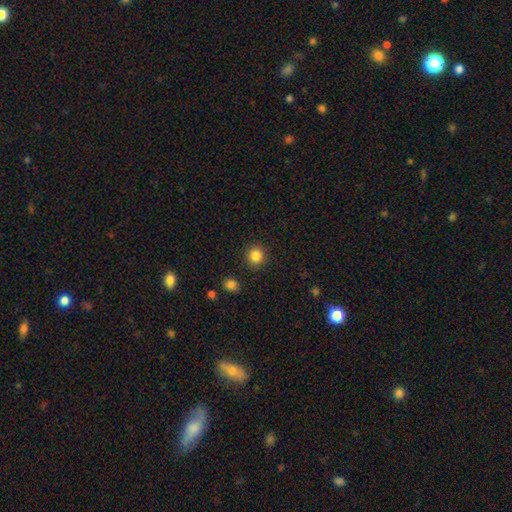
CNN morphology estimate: This is clearly a smooth galaxy (85%). How rounded: clearly round (91%). Merging: clearly none (90%).